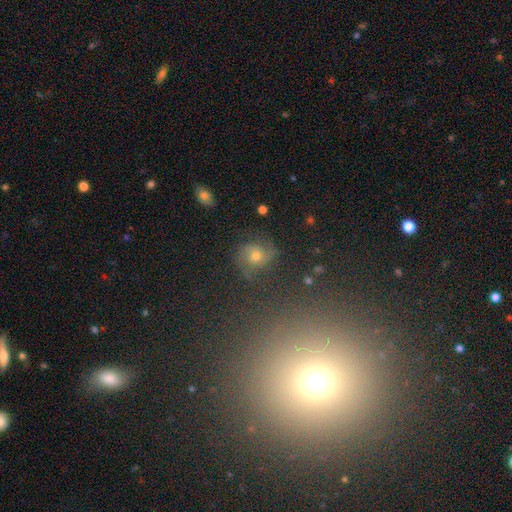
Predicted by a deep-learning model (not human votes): Morphology: type=featured or disk (62%); edge-on=no (97%); bar=no (71%); spiral arms=yes (92%); winding=medium (48%); arm count=2 (50%); bulge=moderate (64%); merging=none (70%).